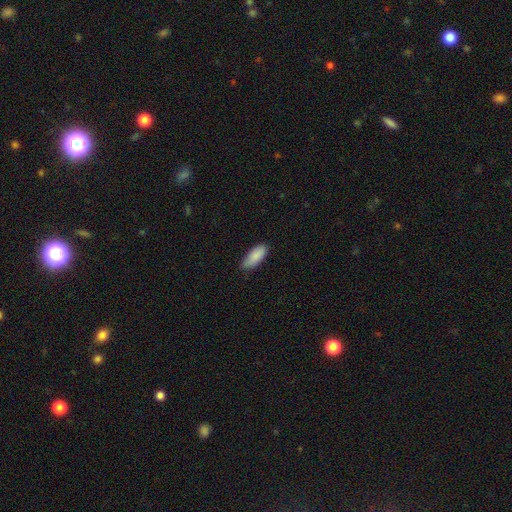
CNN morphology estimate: smooth-or-featured: smooth: 88% | star or artifact: 6% | featured or disk: 6%
  how-rounded: in between: 80% | cigar-shaped: 18% | round: 2%
  merging: none: 77% | minor disturbance: 20% | major disturbance: 2% | merger: 1%